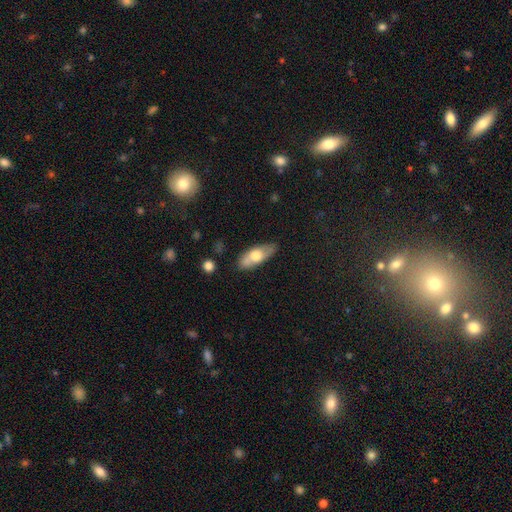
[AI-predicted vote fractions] Morphology: type=smooth (59%); roundness=in between (73%); merging=none (73%).